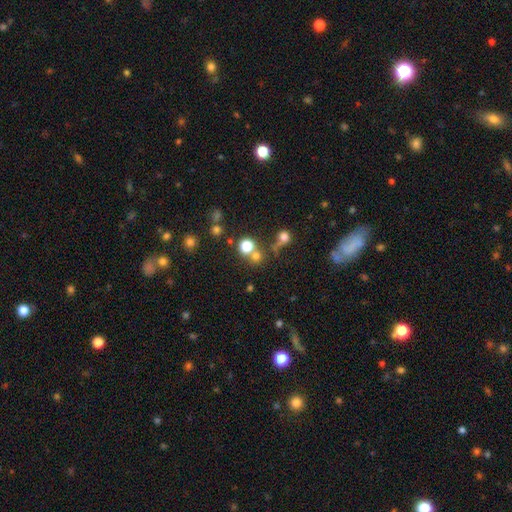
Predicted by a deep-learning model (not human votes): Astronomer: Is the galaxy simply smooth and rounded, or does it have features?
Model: smooth — 70%.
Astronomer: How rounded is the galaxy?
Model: round — 90%.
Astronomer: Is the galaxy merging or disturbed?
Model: none — 60%.